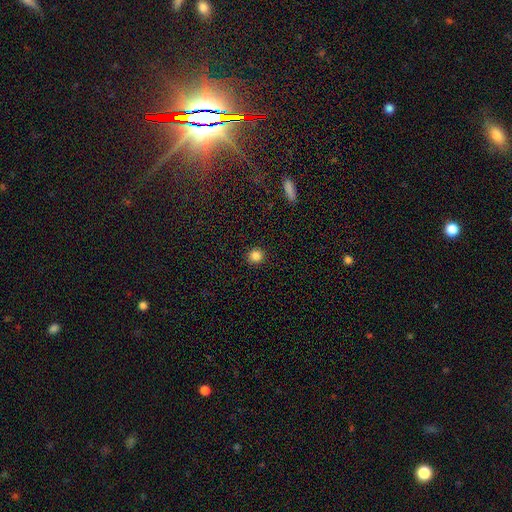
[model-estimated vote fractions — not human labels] Q: Smooth or featured?
A: smooth (85%); runner-up: star or artifact (12%)
Q: How rounded?
A: round (94%); runner-up: in between (5%)
Q: Merging?
A: none (93%); runner-up: minor disturbance (5%)